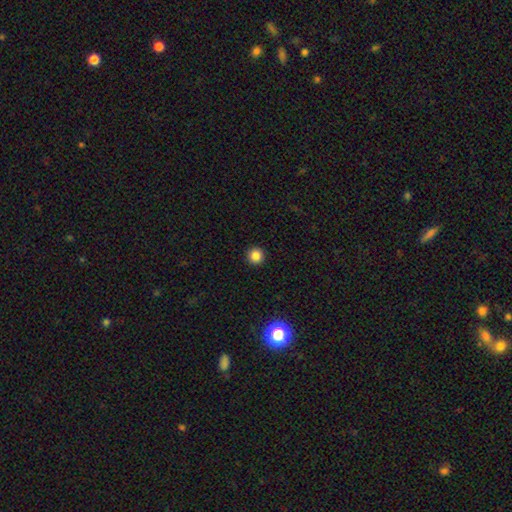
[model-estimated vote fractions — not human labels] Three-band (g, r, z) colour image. It shows a smooth galaxy with no disk features (84%) that is round (96%). Merging: none (93%).